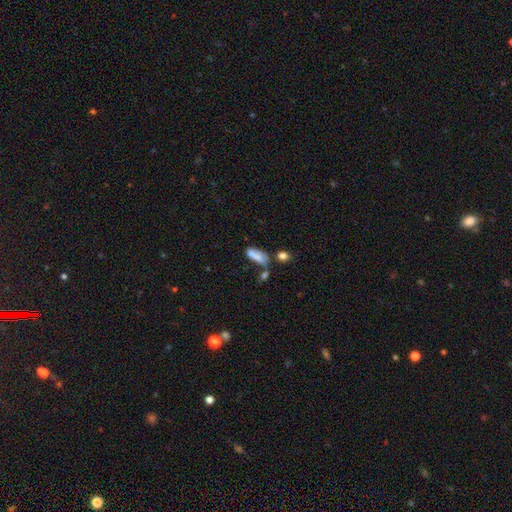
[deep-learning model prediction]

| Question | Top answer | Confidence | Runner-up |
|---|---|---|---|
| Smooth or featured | smooth | 74% | featured or disk (16%) |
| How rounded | in between | 70% | cigar-shaped (26%) |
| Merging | merger | 33% | none (32%) |